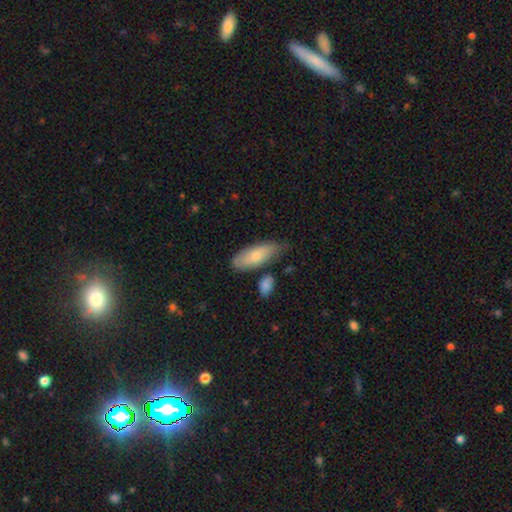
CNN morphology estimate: smooth-or-featured: smooth: 71% | featured or disk: 24% | star or artifact: 5%
  how-rounded: in between: 77% | cigar-shaped: 20% | round: 3%
  merging: none: 64% | minor disturbance: 24% | merger: 7% | major disturbance: 5%